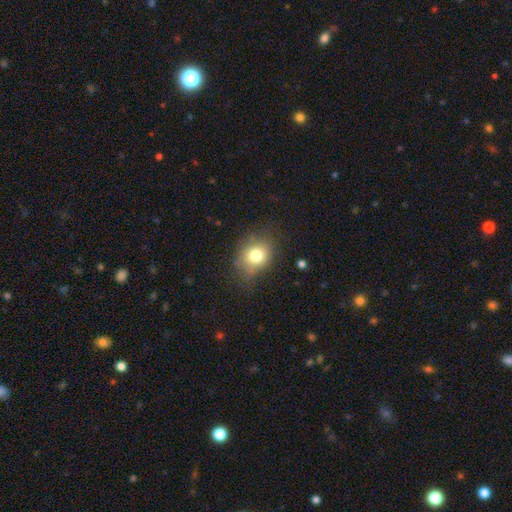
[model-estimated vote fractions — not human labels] Overall: smooth (76%). How rounded: round (53%; in between 46%). Merging: none (67%).